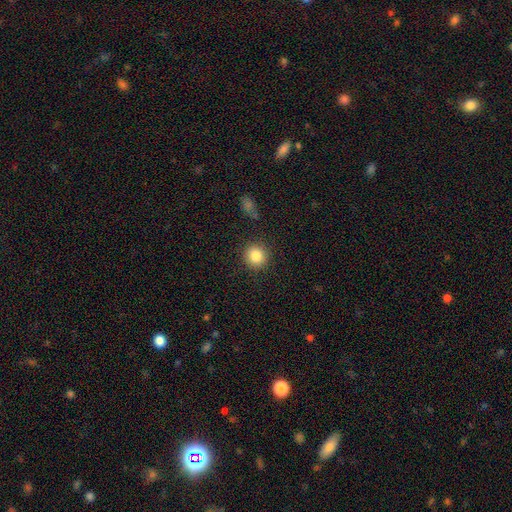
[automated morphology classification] type=smooth (86%); roundness=round (90%); merging=none (88%).